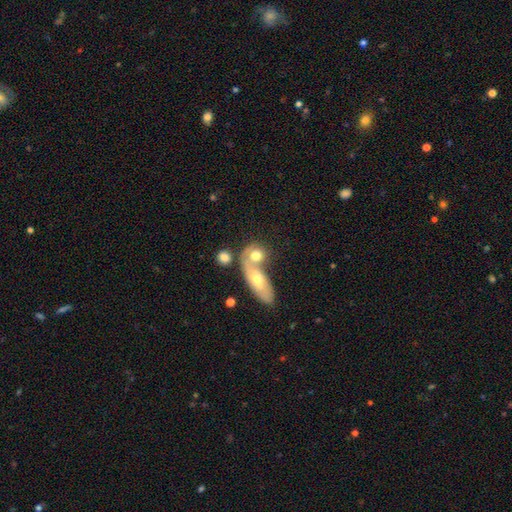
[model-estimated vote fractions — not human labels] Q: Smooth or featured?
A: smooth (62%); runner-up: featured or disk (31%)
Q: How rounded?
A: round (46%); runner-up: in between (44%)
Q: Merging?
A: merger (56%); runner-up: none (29%)